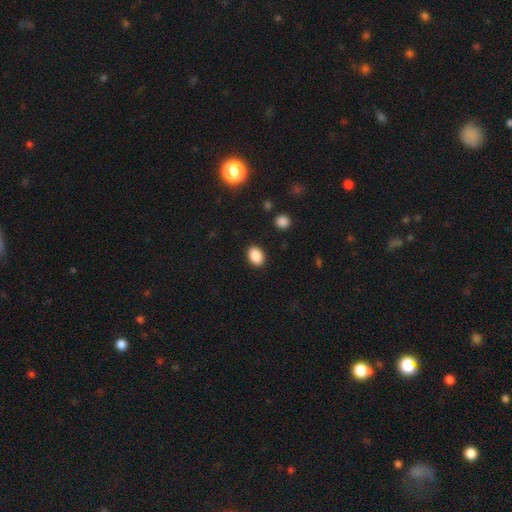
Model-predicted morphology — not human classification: A smooth galaxy with no disk features (88%) that is in between round and cigar-shaped (73%). Merging: none (89%).